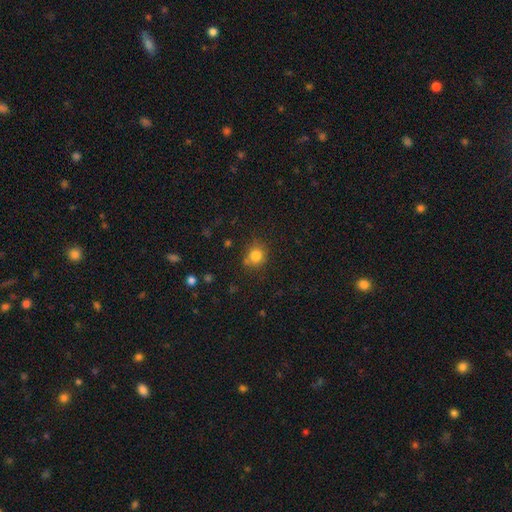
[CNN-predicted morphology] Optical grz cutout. It shows a smooth galaxy with no disk features (81%) that is round (82%). Merging: none (74%).